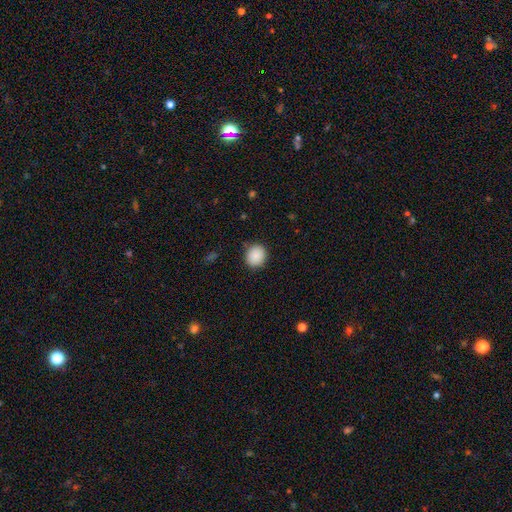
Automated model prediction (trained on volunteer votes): A smooth galaxy with no disk features (89%) that is round (81%).

Vote fractions:
- Smooth or featured? smooth: 89% / star or artifact: 8% / featured or disk: 3%
- How rounded? round: 81% / in between: 18% / cigar-shaped: 1%
- Merging? none: 88% / minor disturbance: 8% / major disturbance: 2% / merger: 1%